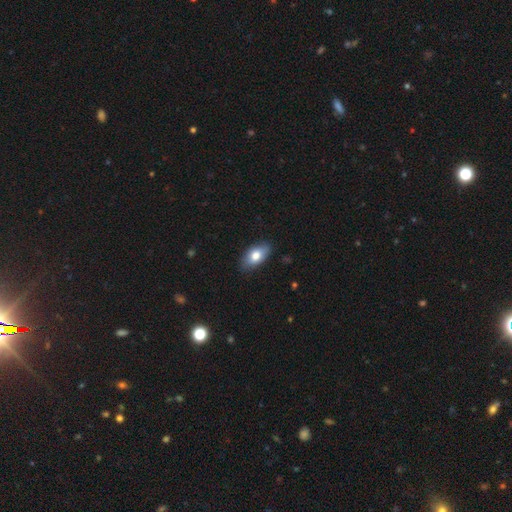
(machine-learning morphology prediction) smooth 77%, featured or disk 16%, star or artifact 7%. Down the decision tree: how rounded — in between (91%); merging — none (85%).